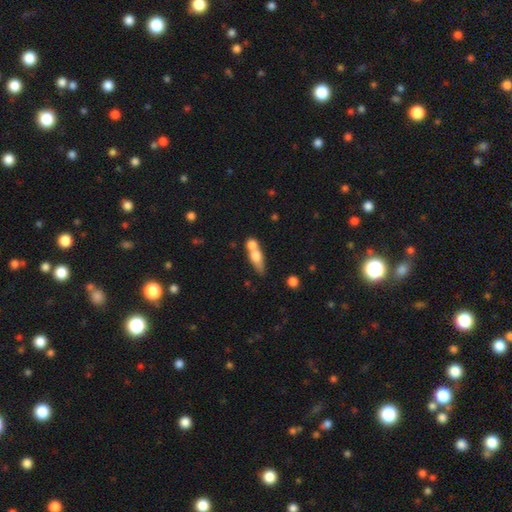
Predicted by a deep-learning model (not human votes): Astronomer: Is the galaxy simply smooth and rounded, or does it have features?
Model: smooth — 63%.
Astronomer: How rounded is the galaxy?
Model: in between — 45% (runner-up: cigar-shaped, 44%).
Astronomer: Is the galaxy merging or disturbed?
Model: merger — 49% (runner-up: none, 34%).